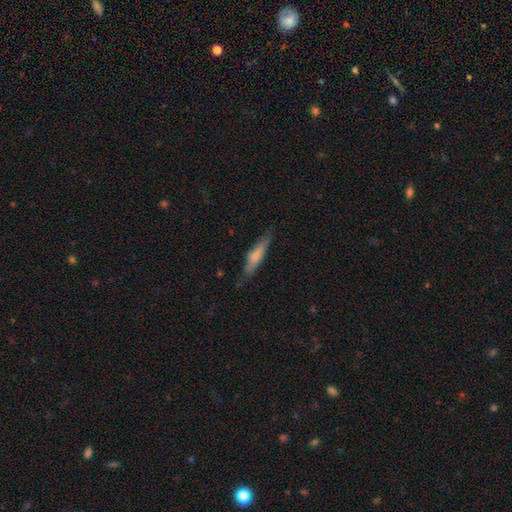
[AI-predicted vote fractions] Smooth or featured? smooth (64%)
How rounded? cigar-shaped (83%)
Merging? none (75%)